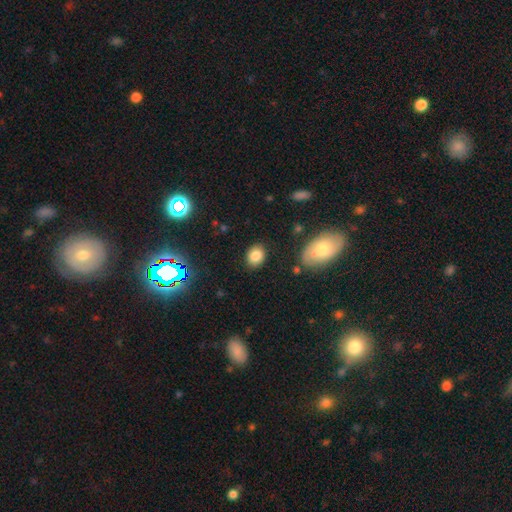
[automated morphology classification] type=smooth (84%); roundness=in between (53%); merging=none (85%).